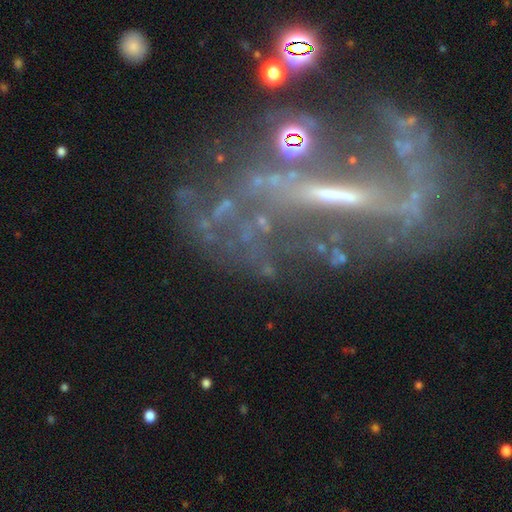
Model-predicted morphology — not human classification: Smooth or featured? Predicted: featured or disk (p=0.79). Edge-on disk? Predicted: no (p=0.87). Bar? Predicted: strong (p=0.50). Spiral arms? Predicted: yes (p=0.70). Bulge size? Predicted: small (p=0.41). Merging? Predicted: none (p=0.47).